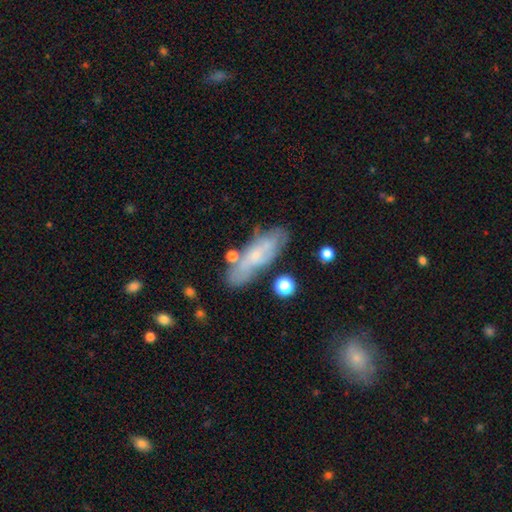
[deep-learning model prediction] This appears to be a smooth galaxy with no disk features (49%). Merging: none (66%).